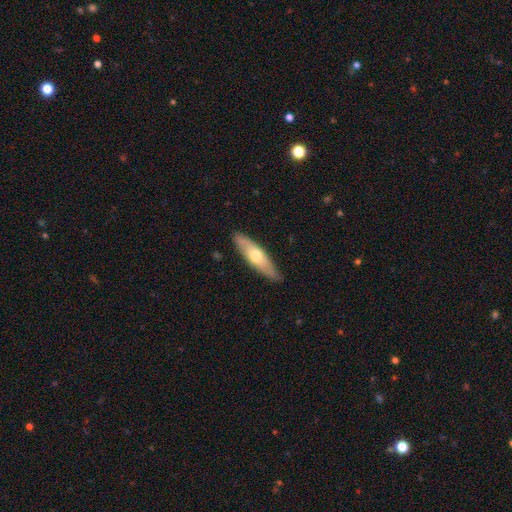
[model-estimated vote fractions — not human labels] A smooth galaxy with no disk features (49%).

Vote fractions:
- Smooth or featured? smooth: 49% / featured or disk: 46% / star or artifact: 5%
- Merging? none: 83% / minor disturbance: 14% / major disturbance: 2% / merger: 1%